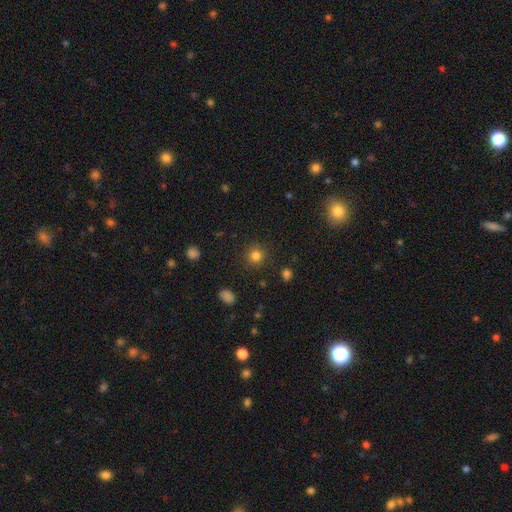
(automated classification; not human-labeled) Morphology: type=smooth (81%); roundness=round (91%); merging=none (88%).